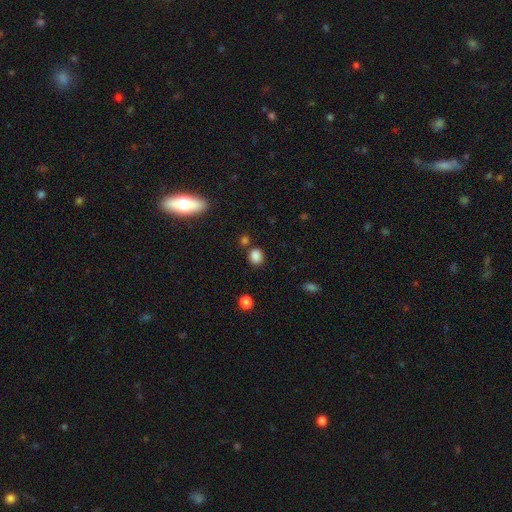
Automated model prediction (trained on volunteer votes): Smooth or featured? smooth (84%)
How rounded? round (68%)
Merging? none (76%)